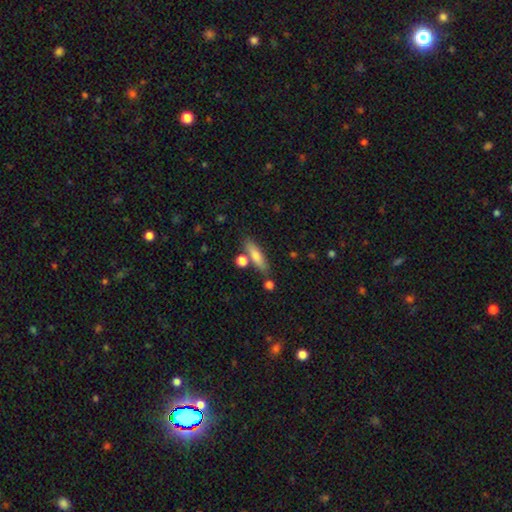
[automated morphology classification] Q: Smooth or featured?
A: smooth (73%); runner-up: featured or disk (20%)
Q: How rounded?
A: cigar-shaped (66%); runner-up: in between (30%)
Q: Merging?
A: none (75%); runner-up: minor disturbance (12%)